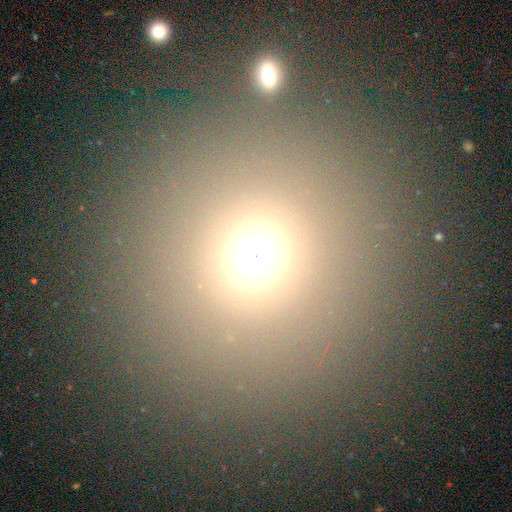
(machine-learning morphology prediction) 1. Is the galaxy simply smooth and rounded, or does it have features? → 60% smooth, 28% star or artifact, 13% featured or disk.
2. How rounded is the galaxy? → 82% round, 16% in between, 2% cigar-shaped.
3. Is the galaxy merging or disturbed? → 80% none, 9% minor disturbance, 6% major disturbance, 6% merger.